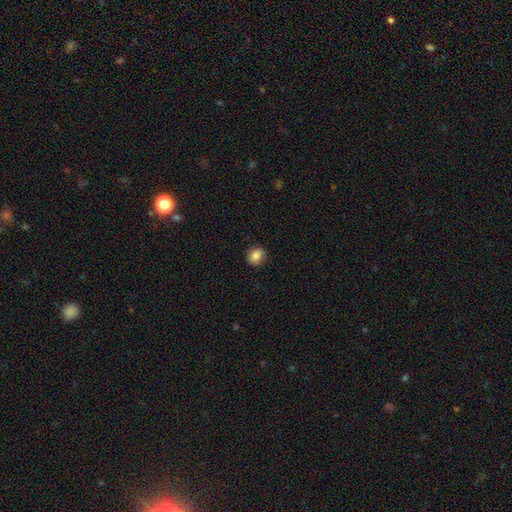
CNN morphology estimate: A smooth galaxy with no disk features (86%) that is round (63%).

Vote fractions:
- Smooth or featured? smooth: 86% / star or artifact: 9% / featured or disk: 4%
- How rounded? round: 63% / in between: 36% / cigar-shaped: 1%
- Merging? none: 87% / minor disturbance: 10% / major disturbance: 2% / merger: 1%